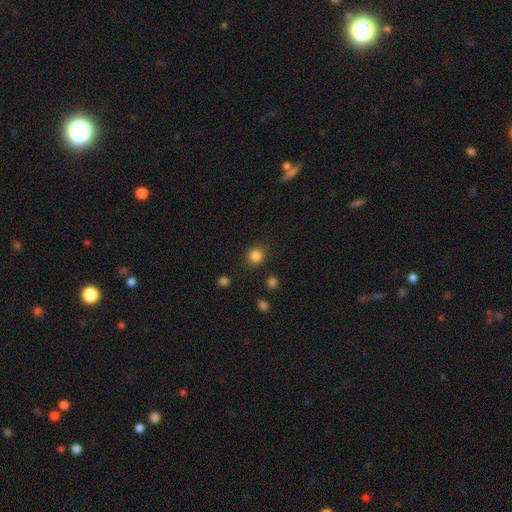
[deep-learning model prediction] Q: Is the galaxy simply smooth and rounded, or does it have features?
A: smooth — 84%.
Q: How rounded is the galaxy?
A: round — 86%.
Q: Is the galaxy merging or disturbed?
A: none — 86%.